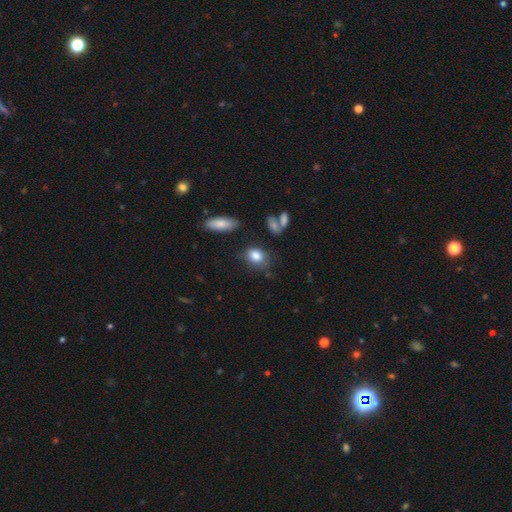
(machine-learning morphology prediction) Smooth or featured?
  - smooth: 83% *
  - star or artifact: 9%
  - featured or disk: 8%
How rounded?
  - in between: 66% *
  - round: 32%
  - cigar-shaped: 2%
Merging?
  - none: 62% *
  - minor disturbance: 24%
  - major disturbance: 8%
  - merger: 5%